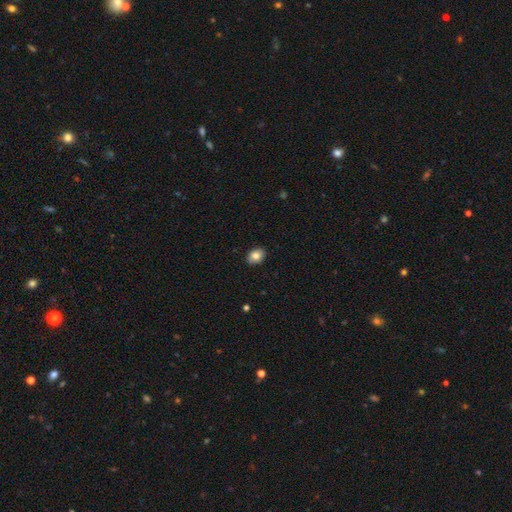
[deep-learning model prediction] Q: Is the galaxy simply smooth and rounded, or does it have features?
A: smooth — 83%.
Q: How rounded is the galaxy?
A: in between — 65%.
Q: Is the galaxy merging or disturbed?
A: none — 89%.